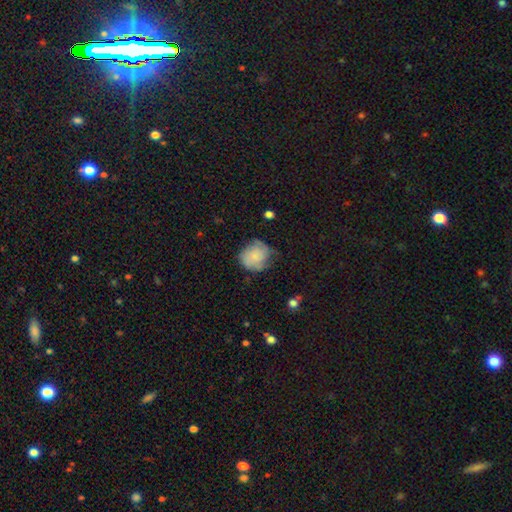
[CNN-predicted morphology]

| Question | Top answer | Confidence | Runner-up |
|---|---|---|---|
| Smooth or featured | smooth | 68% | featured or disk (24%) |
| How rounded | round | 78% | in between (21%) |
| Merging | none | 55% | minor disturbance (32%) |